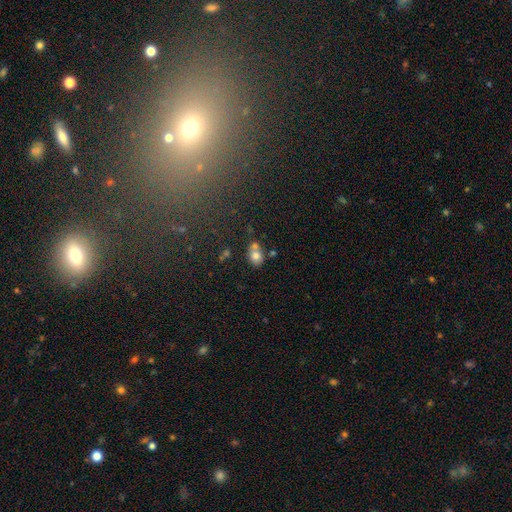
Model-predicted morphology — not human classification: Smooth or featured?
  - smooth: 74% *
  - featured or disk: 15%
  - star or artifact: 11%
How rounded?
  - round: 52% *
  - in between: 47%
  - cigar-shaped: 1%
Merging?
  - none: 44% *
  - merger: 37%
  - minor disturbance: 14%
  - major disturbance: 5%